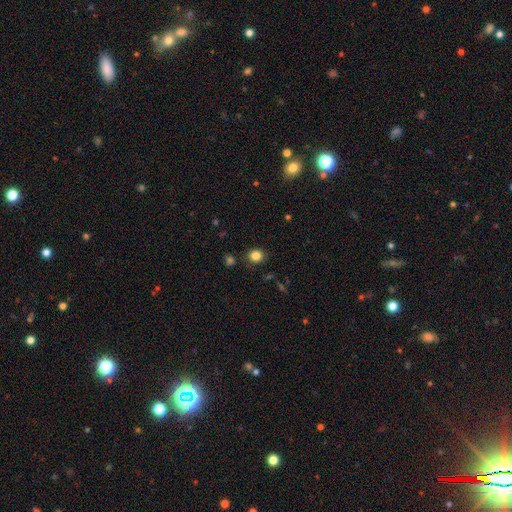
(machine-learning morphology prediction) smooth 83%, star or artifact 12%, featured or disk 5%. Down the decision tree: how rounded — round (79%); merging — none (87%).